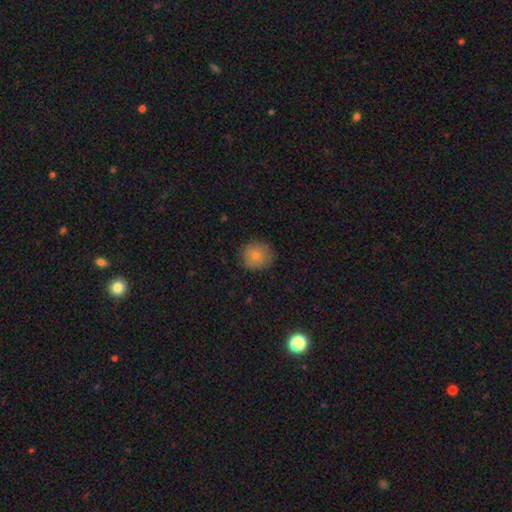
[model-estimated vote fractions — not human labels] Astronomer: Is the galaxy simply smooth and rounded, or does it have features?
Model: smooth — 80%.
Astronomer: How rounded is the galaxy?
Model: round — 87%.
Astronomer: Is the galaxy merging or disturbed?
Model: none — 84%.